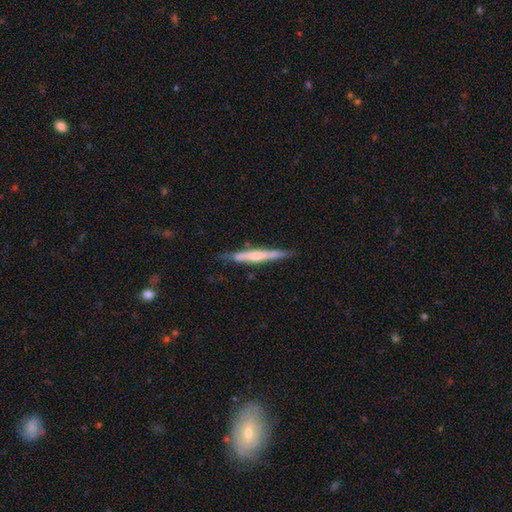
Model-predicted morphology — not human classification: Q: Smooth or featured?
A: featured or disk (56%); runner-up: smooth (38%)
Q: Edge-on disk?
A: yes (94%); runner-up: no (6%)
Q: Edge-on bulge?
A: rounded (49%); runner-up: none (39%)
Q: Merging?
A: none (80%); runner-up: minor disturbance (16%)